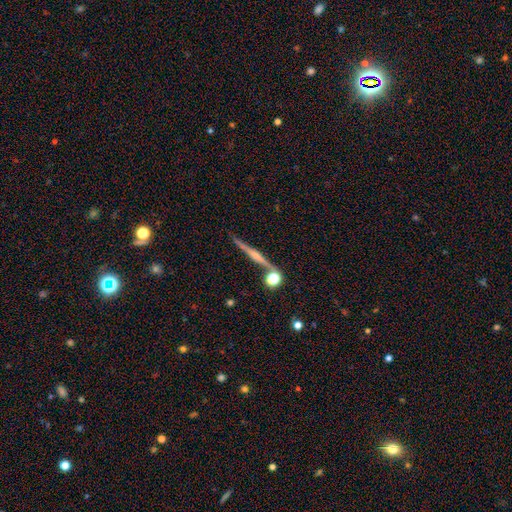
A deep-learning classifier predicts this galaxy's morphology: featured or disk 72%, smooth 19%, star or artifact 9%. Down the decision tree: edge-on disk — yes (96%); edge-on bulge — rounded (65%); merging — none (78%).